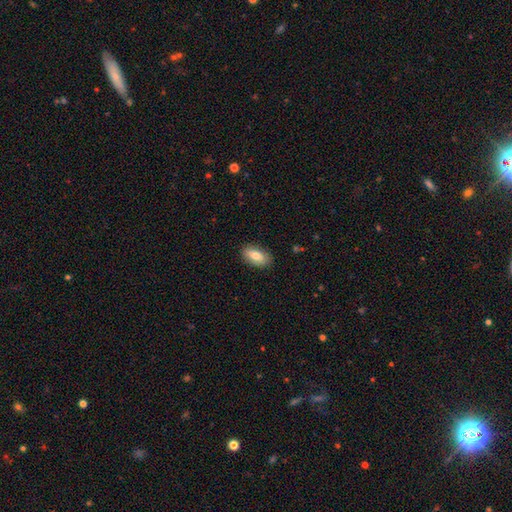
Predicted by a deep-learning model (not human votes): smooth-or-featured: smooth: 77% | featured or disk: 17% | star or artifact: 7%
  how-rounded: in between: 92% | cigar-shaped: 4% | round: 4%
  merging: none: 86% | minor disturbance: 10% | major disturbance: 2% | merger: 1%